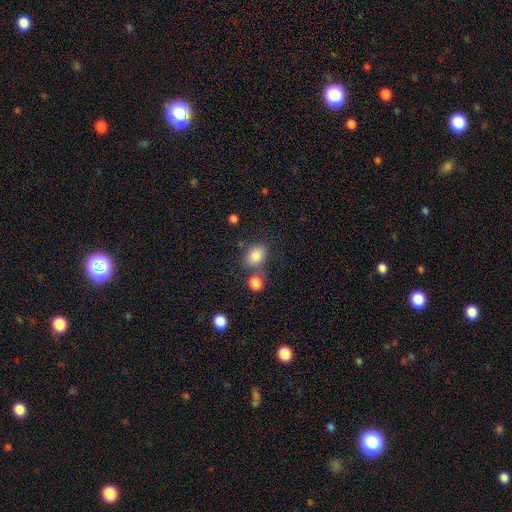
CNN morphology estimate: A smooth galaxy with no disk features (83%) that is in between round and cigar-shaped (59%). Merging: none (62%).